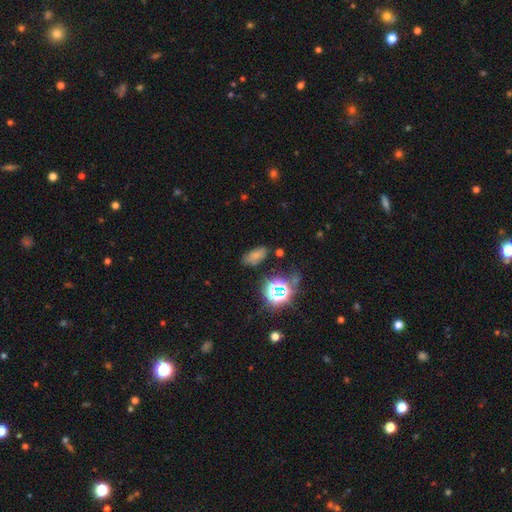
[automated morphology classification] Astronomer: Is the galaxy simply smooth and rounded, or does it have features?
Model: smooth — 63%.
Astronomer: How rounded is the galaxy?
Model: in between — 89%.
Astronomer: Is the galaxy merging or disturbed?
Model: none — 76%.